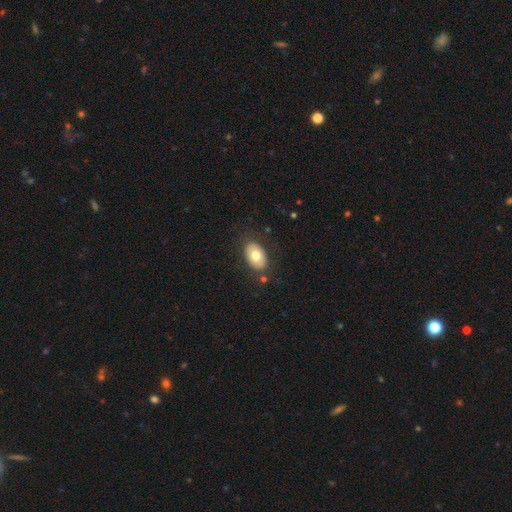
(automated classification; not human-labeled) Morphology: type=smooth (73%); roundness=in between (89%); merging=none (83%).